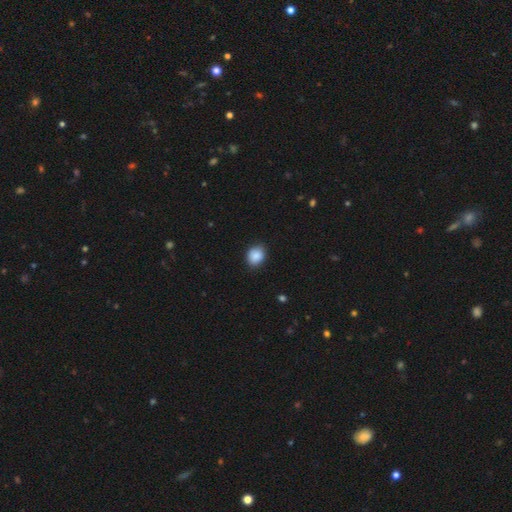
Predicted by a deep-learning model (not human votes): A smooth galaxy with no disk features (88%) that is round (57%). Merging: none (86%).